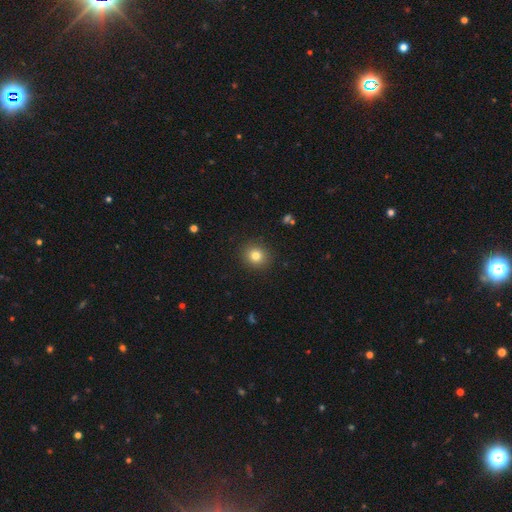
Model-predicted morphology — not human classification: Smooth or featured? Predicted: smooth (p=0.80). How rounded? Predicted: round (p=0.87). Merging? Predicted: none (p=0.90).